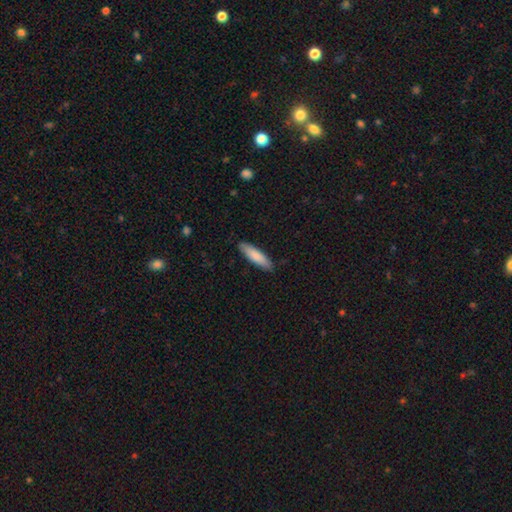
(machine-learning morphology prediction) smooth_or_featured: smooth (p=0.84) [alt: featured or disk p=0.11]
how_rounded: cigar-shaped (p=0.66) [alt: in between p=0.33]
merging: none (p=0.88) [alt: minor disturbance p=0.09]